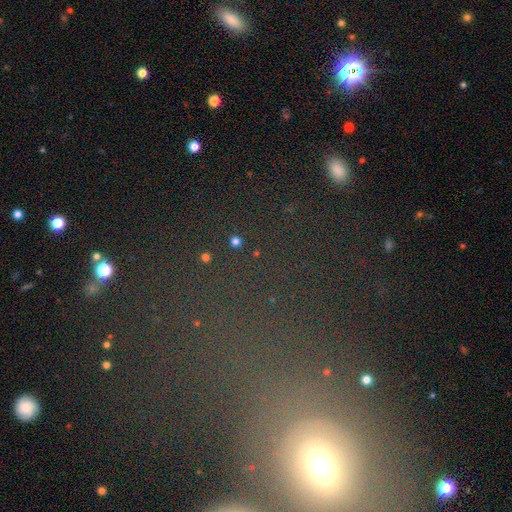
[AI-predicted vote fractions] Overall: star or artifact (43%; smooth 36%).